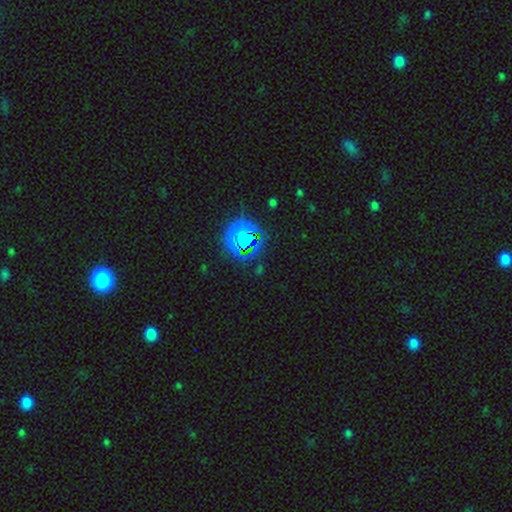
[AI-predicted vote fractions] This is likely a star or artifact rather than a galaxy (76%).